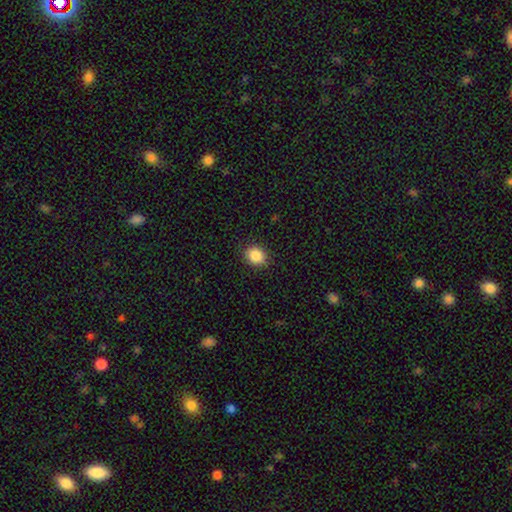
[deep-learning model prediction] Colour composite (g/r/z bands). It shows a smooth galaxy with no disk features (87%) that is round (60%). Merging: none (88%).